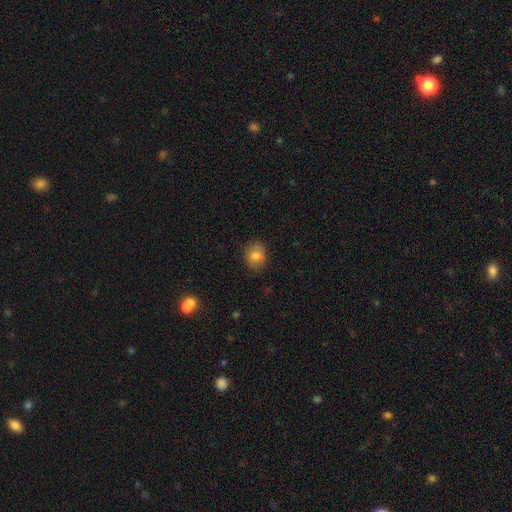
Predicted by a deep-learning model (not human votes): This appears to be a smooth galaxy with no disk features (79%) that is round (61%). Merging: none (80%).